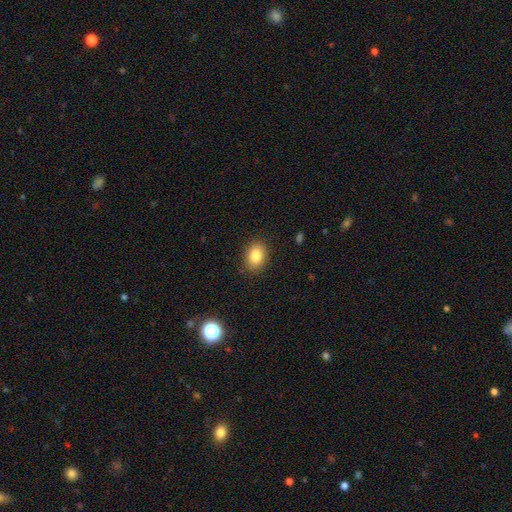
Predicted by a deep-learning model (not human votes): Overall: smooth (85%). How rounded: in between (73%). Merging: none (87%).